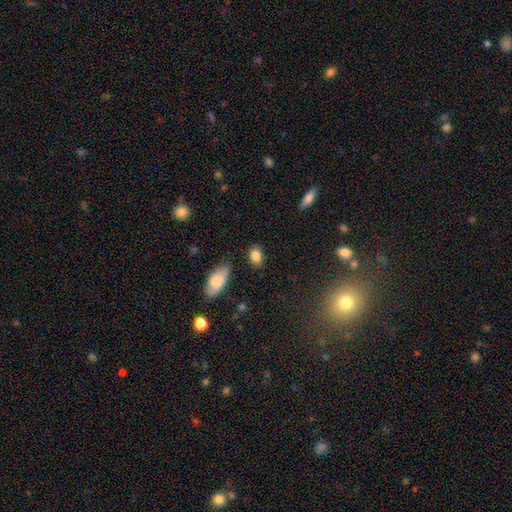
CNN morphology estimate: This appears to be a smooth galaxy with no disk features (86%) that is in between round and cigar-shaped (83%). Merging: none (82%).